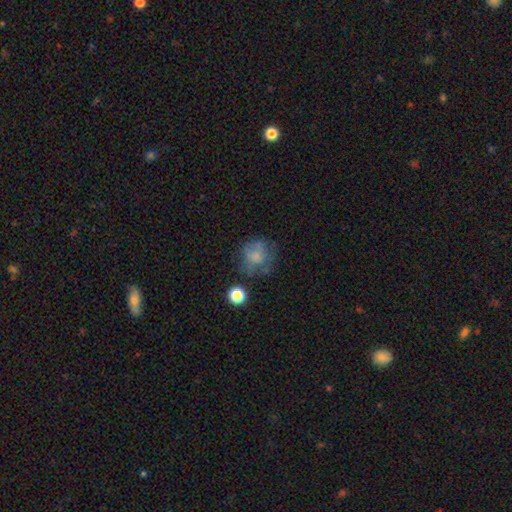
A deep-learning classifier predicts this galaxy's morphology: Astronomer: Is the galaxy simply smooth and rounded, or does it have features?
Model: smooth — 61%.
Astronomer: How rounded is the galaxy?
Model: round — 82%.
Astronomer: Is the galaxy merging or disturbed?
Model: none — 54%.